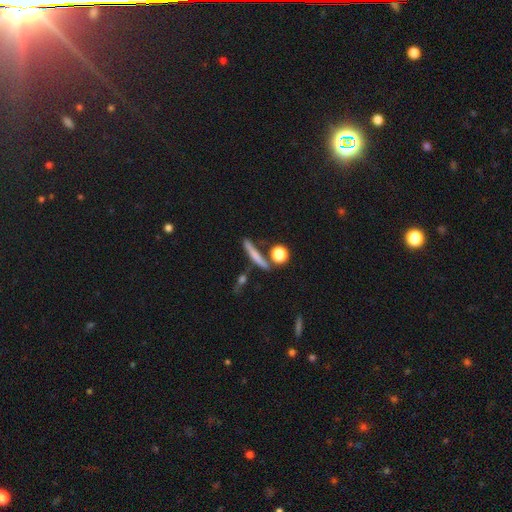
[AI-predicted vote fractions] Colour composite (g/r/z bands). It shows a smooth galaxy with no disk features (61%) that is cigar-shaped (77%). Merging: none (72%).